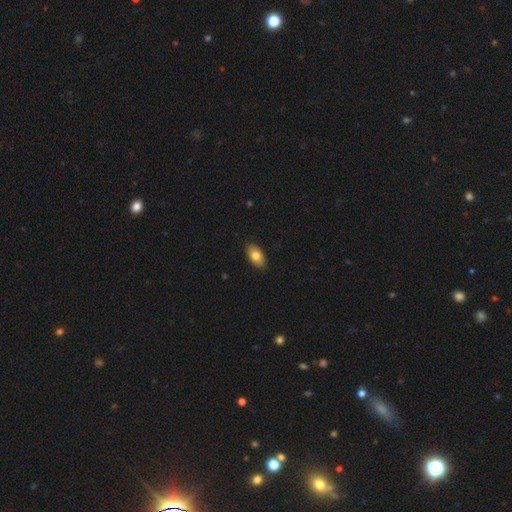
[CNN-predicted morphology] type=smooth (77%); roundness=in between (93%); merging=none (89%).